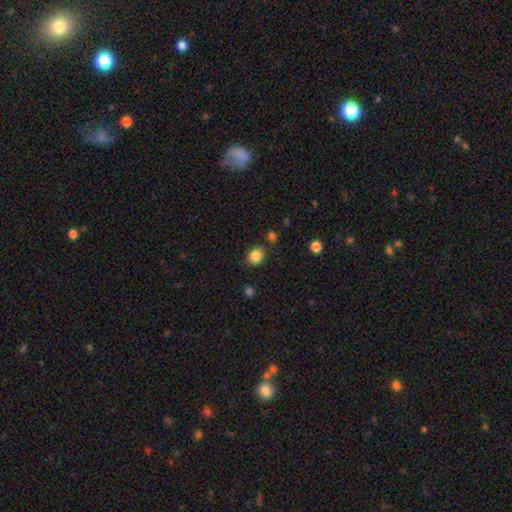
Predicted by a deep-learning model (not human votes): This is clearly a smooth galaxy (85%). How rounded: likely round (70%). Merging: clearly none (83%).